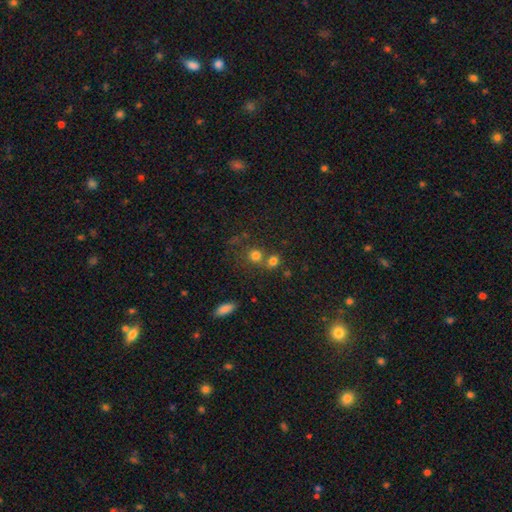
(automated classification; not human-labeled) Smooth or featured? Predicted: smooth (p=0.74). How rounded? Predicted: round (p=0.84). Merging? Predicted: none (p=0.50).